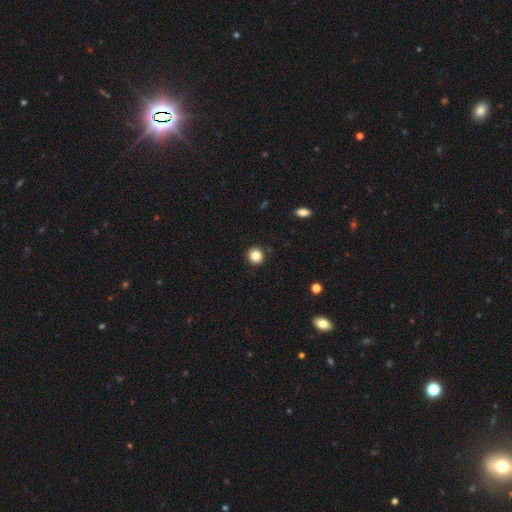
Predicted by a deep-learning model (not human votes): Morphology: type=smooth (85%); roundness=round (91%); merging=none (92%).